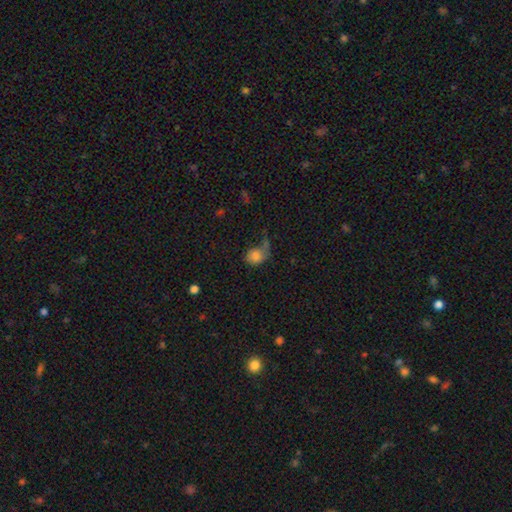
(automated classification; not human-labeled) A smooth galaxy with no disk features (77%) that is round (52%).

Vote fractions:
- Smooth or featured? smooth: 77% / featured or disk: 13% / star or artifact: 10%
- How rounded? round: 52% / in between: 47% / cigar-shaped: 1%
- Merging? none: 32% / major disturbance: 31% / minor disturbance: 23% / merger: 14%